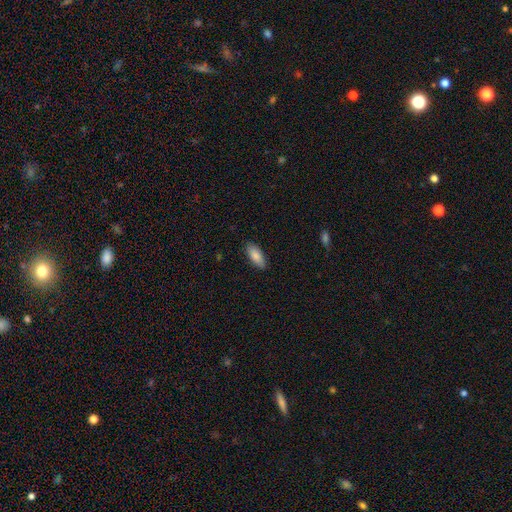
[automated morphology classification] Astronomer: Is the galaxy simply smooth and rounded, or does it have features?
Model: smooth — 86%.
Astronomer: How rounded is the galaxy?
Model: in between — 81%.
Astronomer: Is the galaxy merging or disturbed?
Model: none — 86%.